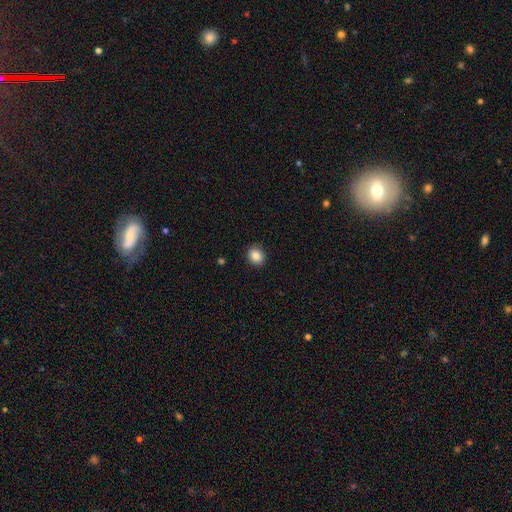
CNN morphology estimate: This is clearly a smooth galaxy (86%). How rounded: likely round (64%). Merging: clearly none (89%).